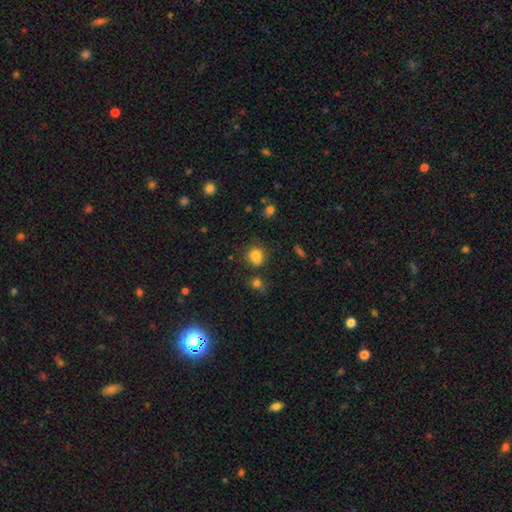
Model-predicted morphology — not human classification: This appears to be a smooth galaxy with no disk features (76%) that is round (74%). Merging: none (51%).